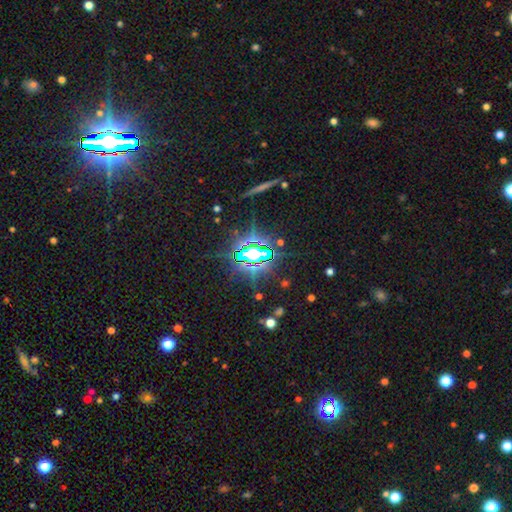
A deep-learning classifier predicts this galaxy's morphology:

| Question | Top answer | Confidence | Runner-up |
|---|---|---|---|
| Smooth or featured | star or artifact | 72% | smooth (16%) |